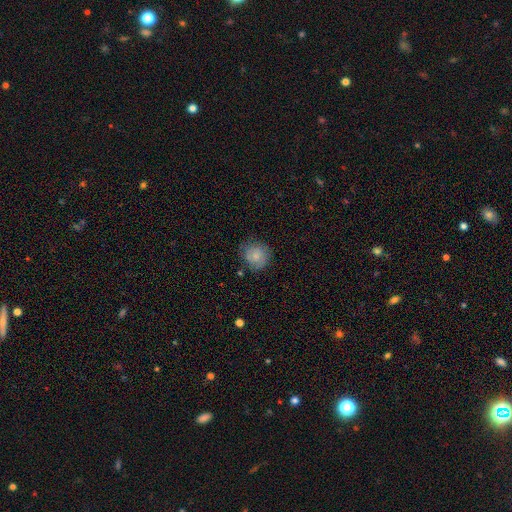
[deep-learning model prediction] This appears to be a smooth galaxy with no disk features (72%) that is round (86%). Merging: none (71%).